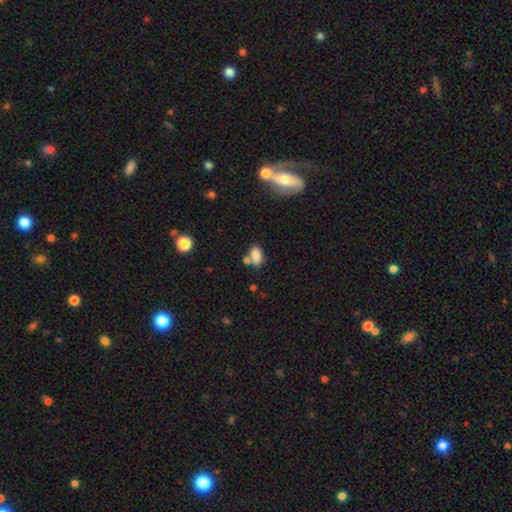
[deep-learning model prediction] Smooth or featured: smooth — 84% (star or artifact — 10%)
How rounded: in between — 89% (round — 7%)
Merging: none — 59% (merger — 20%)